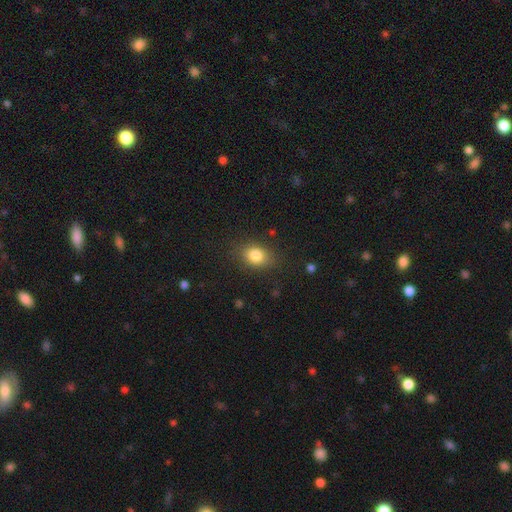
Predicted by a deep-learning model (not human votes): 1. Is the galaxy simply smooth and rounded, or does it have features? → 83% smooth, 10% star or artifact, 7% featured or disk.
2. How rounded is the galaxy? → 68% in between, 31% round, 1% cigar-shaped.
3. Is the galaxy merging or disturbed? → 82% none, 13% minor disturbance, 4% major disturbance, 1% merger.